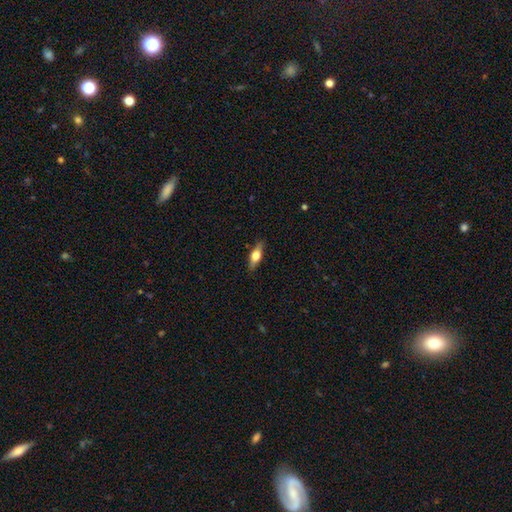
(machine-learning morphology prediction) Smooth or featured?
  - smooth: 48% *
  - featured or disk: 45%
  - star or artifact: 7%
Merging?
  - none: 85% *
  - minor disturbance: 11%
  - major disturbance: 2%
  - merger: 1%